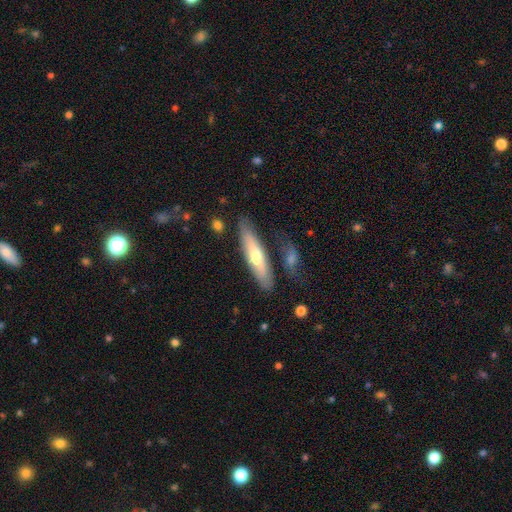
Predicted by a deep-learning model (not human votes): Morphology: type=smooth (52%); roundness=cigar-shaped (76%); merging=none (76%).